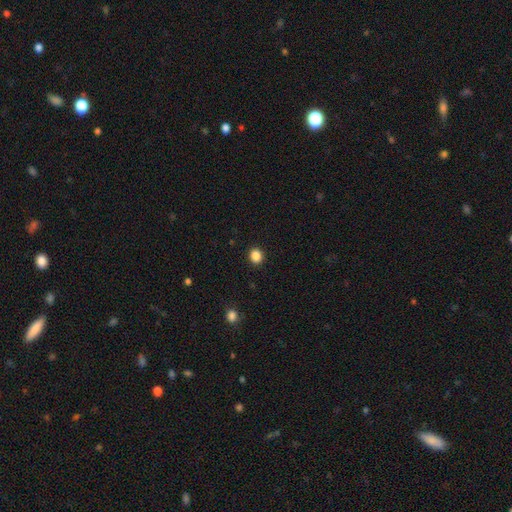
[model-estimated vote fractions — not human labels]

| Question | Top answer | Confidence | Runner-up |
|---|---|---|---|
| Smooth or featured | smooth | 86% | star or artifact (11%) |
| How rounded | round | 79% | in between (20%) |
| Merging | none | 92% | minor disturbance (5%) |